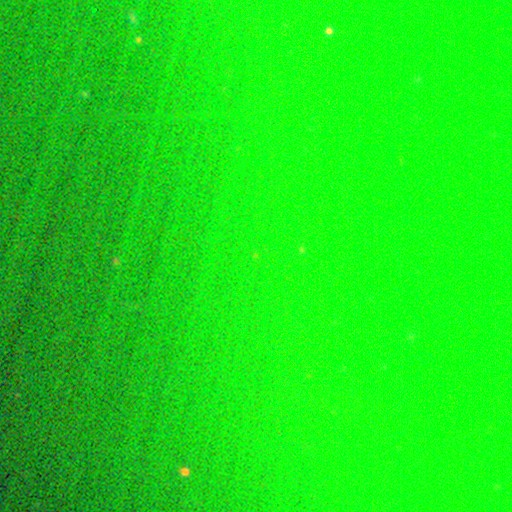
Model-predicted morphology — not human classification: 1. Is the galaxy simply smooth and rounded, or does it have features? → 80% star or artifact, 12% smooth, 8% featured or disk.